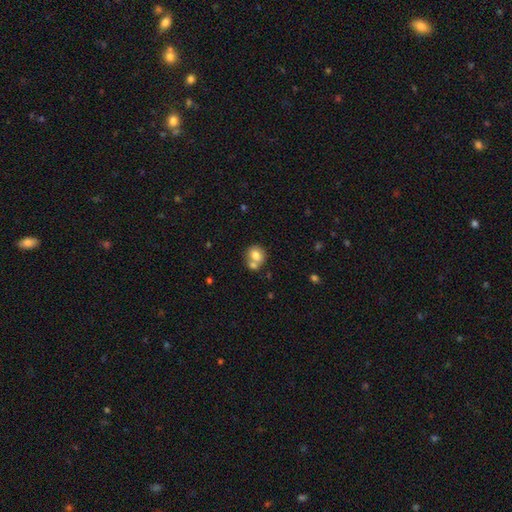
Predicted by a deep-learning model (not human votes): smooth-or-featured: smooth: 76% | featured or disk: 15% | star or artifact: 9%
  how-rounded: round: 67% | in between: 32% | cigar-shaped: 1%
  merging: none: 44% | merger: 41% | minor disturbance: 11% | major disturbance: 4%